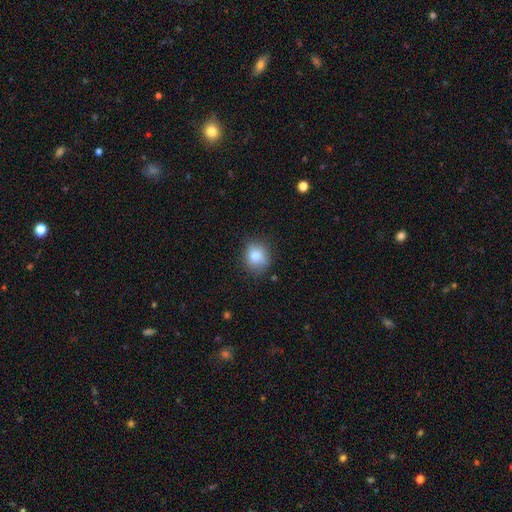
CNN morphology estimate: Smooth or featured?
  - smooth: 82% *
  - star or artifact: 9%
  - featured or disk: 8%
How rounded?
  - round: 69% *
  - in between: 30%
  - cigar-shaped: 1%
Merging?
  - none: 74% *
  - minor disturbance: 20%
  - major disturbance: 4%
  - merger: 2%